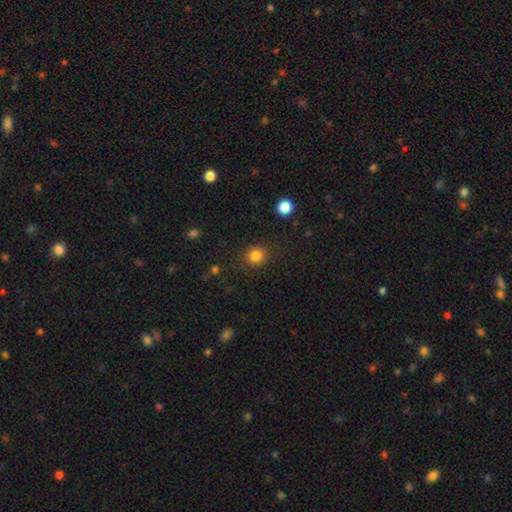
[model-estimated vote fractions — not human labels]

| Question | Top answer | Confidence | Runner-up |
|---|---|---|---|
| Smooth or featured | smooth | 84% | star or artifact (12%) |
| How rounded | round | 79% | in between (20%) |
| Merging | none | 85% | minor disturbance (10%) |